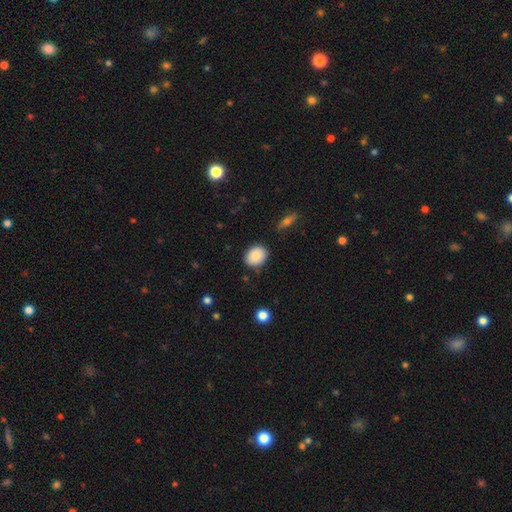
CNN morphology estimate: smooth 88%, star or artifact 7%, featured or disk 5%. Down the decision tree: how rounded — in between (51%); merging — none (84%).